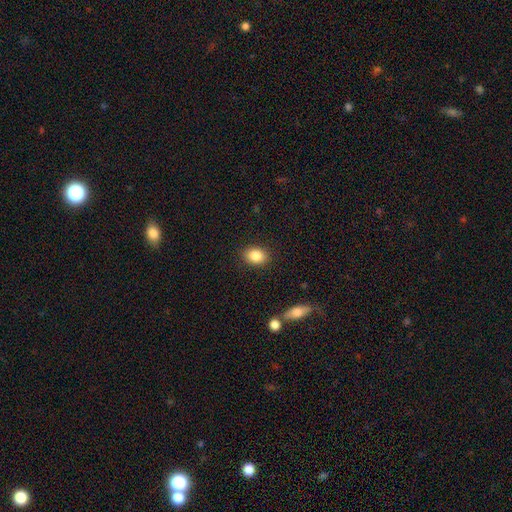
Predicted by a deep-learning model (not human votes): Smooth or featured? Predicted: smooth (p=0.86). How rounded? Predicted: in between (p=0.68). Merging? Predicted: none (p=0.87).